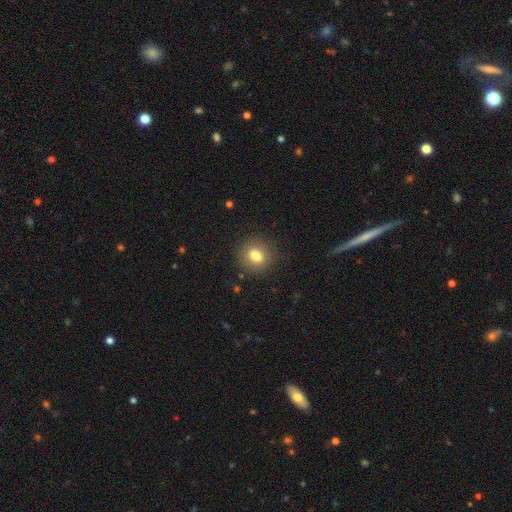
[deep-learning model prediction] This is likely a smooth galaxy (79%). How rounded: likely round (74%). Merging: clearly none (86%).